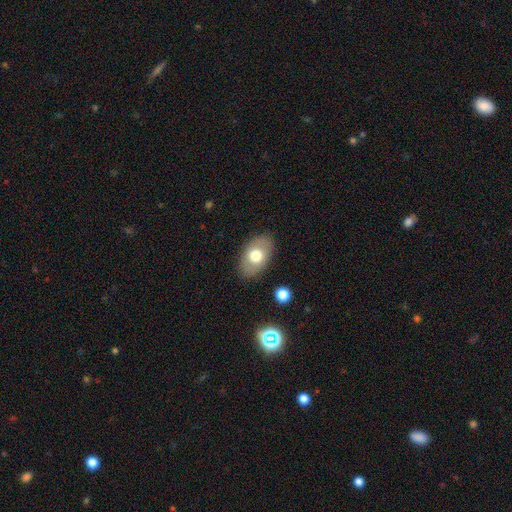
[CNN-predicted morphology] smooth_or_featured: smooth (p=0.69) [alt: featured or disk p=0.24]
how_rounded: in between (p=0.89) [alt: round p=0.09]
merging: none (p=0.85) [alt: minor disturbance p=0.11]